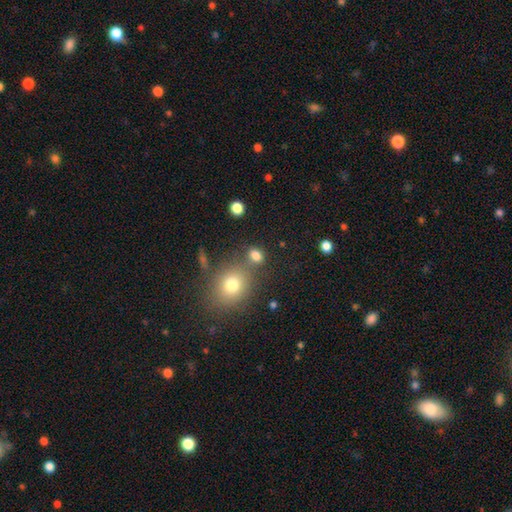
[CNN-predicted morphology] smooth-or-featured: smooth: 78% | star or artifact: 14% | featured or disk: 7%
  how-rounded: in between: 52% | round: 46% | cigar-shaped: 2%
  merging: none: 64% | merger: 20% | minor disturbance: 12% | major disturbance: 5%